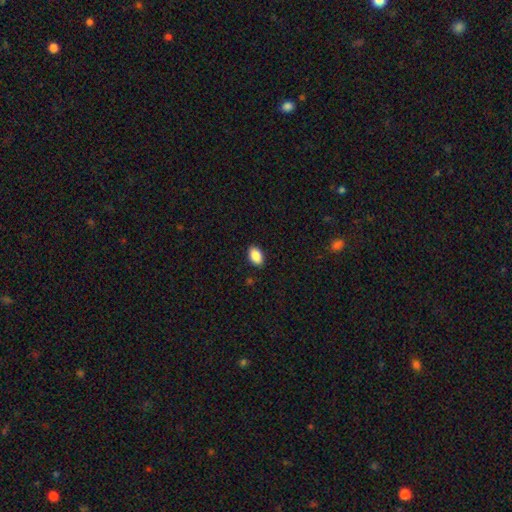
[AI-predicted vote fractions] Smooth or featured?
  - smooth: 89% *
  - star or artifact: 7%
  - featured or disk: 4%
How rounded?
  - in between: 91% *
  - round: 8%
  - cigar-shaped: 2%
Merging?
  - none: 89% *
  - minor disturbance: 8%
  - major disturbance: 2%
  - merger: 1%